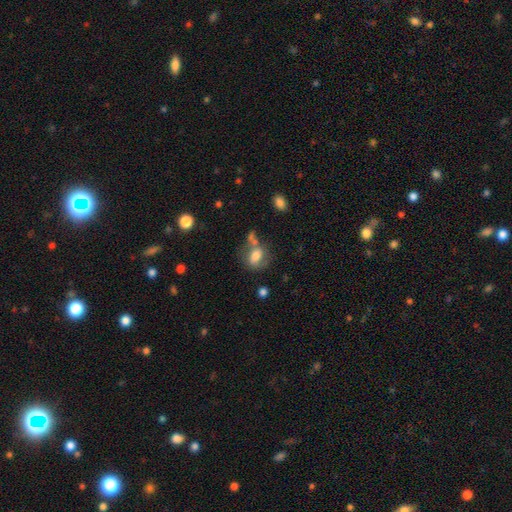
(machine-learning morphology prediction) smooth 68%, featured or disk 22%, star or artifact 9%. Down the decision tree: how rounded — in between (66%); merging — none (48%).